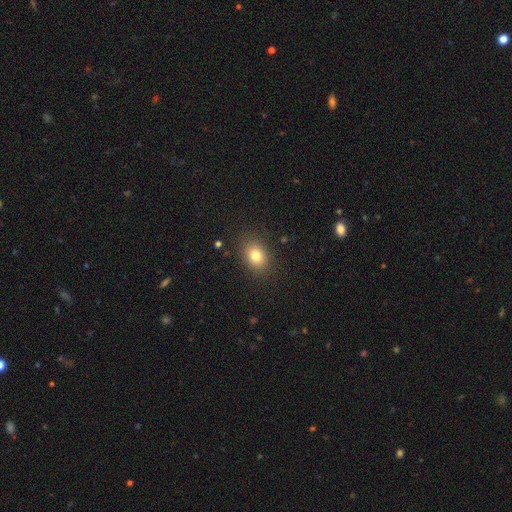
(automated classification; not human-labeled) smooth 80%, star or artifact 11%, featured or disk 9%. Down the decision tree: how rounded — in between (64%); merging — none (86%).